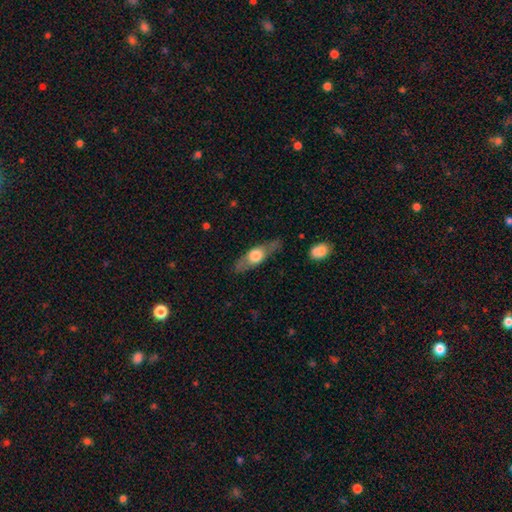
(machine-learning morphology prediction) The model was most divided on "smooth or featured": featured or disk: 50%, smooth: 45%, star or artifact: 5%. More confident: merging — none (76%).